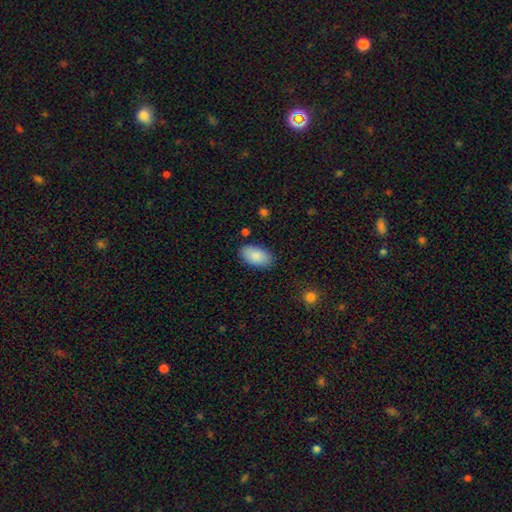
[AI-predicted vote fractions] Smooth or featured?
  - smooth: 88% *
  - star or artifact: 6%
  - featured or disk: 6%
How rounded?
  - in between: 95% *
  - round: 4%
  - cigar-shaped: 2%
Merging?
  - none: 85% *
  - minor disturbance: 11%
  - major disturbance: 3%
  - merger: 2%